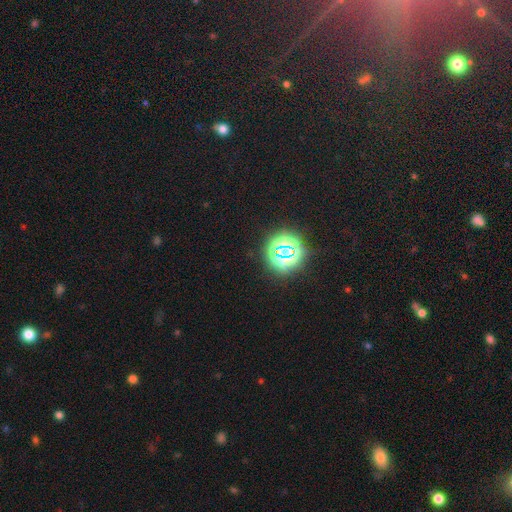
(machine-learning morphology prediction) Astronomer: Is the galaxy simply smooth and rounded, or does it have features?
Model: star or artifact — 64%.